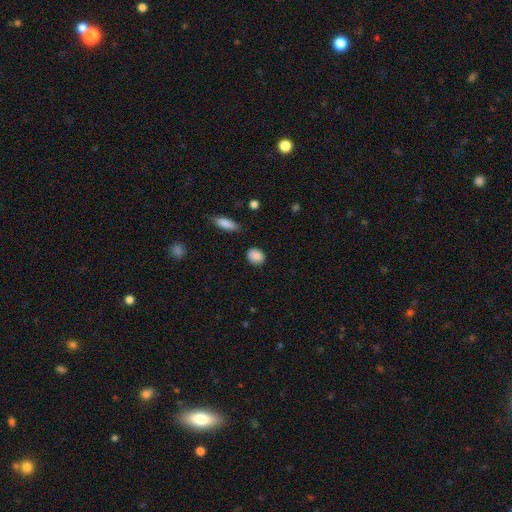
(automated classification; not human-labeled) Smooth or featured? smooth (88%)
How rounded? round (55%)
Merging? none (83%)